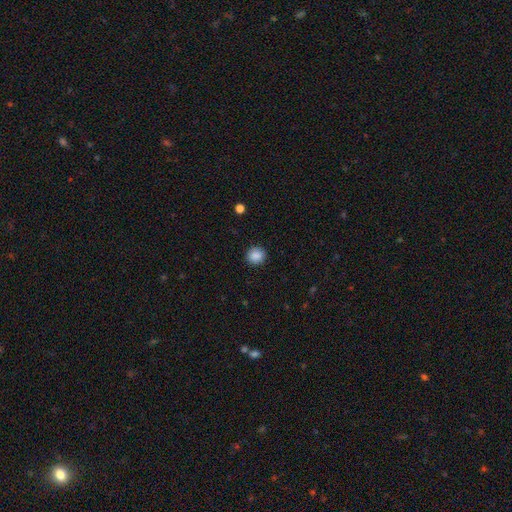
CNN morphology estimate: A smooth galaxy with no disk features (88%) that is round (88%).

Vote fractions:
- Smooth or featured? smooth: 88% / star or artifact: 9% / featured or disk: 3%
- How rounded? round: 88% / in between: 11% / cigar-shaped: 1%
- Merging? none: 91% / minor disturbance: 6% / major disturbance: 2% / merger: 1%